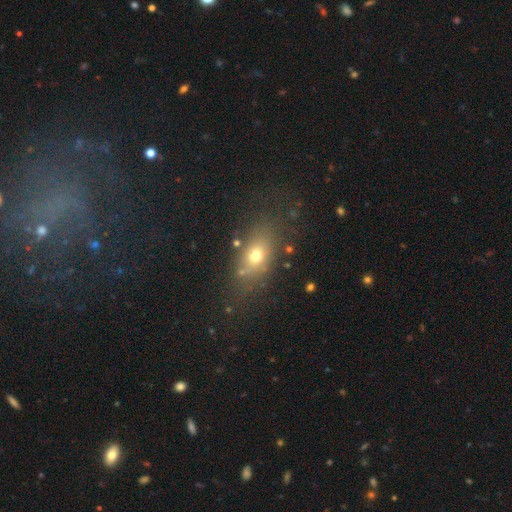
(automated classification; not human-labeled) The model was most divided on "how rounded": in between: 70%, round: 24%, cigar-shaped: 6%. More confident: merging — none (71%); smooth or featured — smooth (67%).